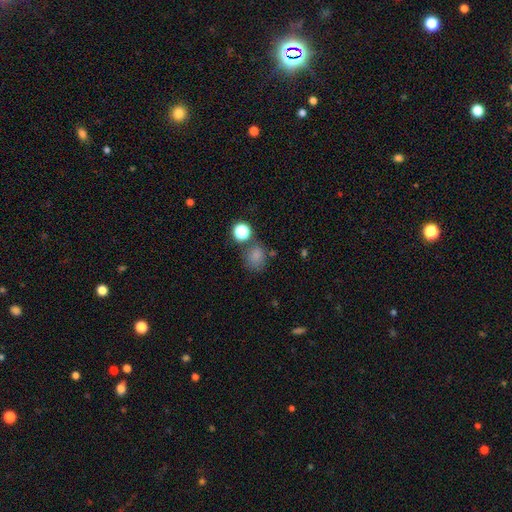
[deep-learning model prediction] smooth_or_featured: smooth (p=0.76) [alt: star or artifact p=0.17]
how_rounded: round (p=0.73) [alt: in between p=0.26]
merging: none (p=0.62) [alt: minor disturbance p=0.16]